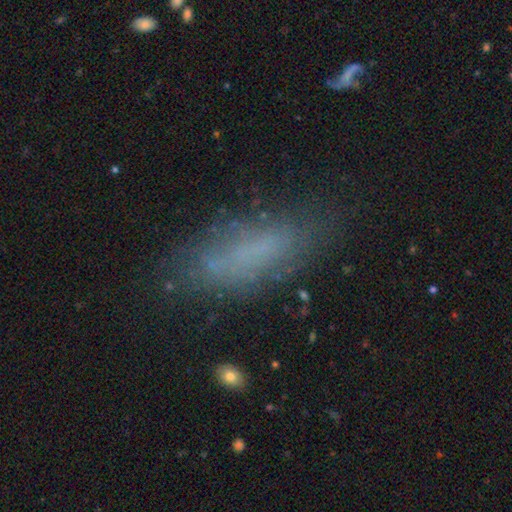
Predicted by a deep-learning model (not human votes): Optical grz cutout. It shows a smooth galaxy with no disk features (60%) that is in between round and cigar-shaped (56%). Merging: none (67%).